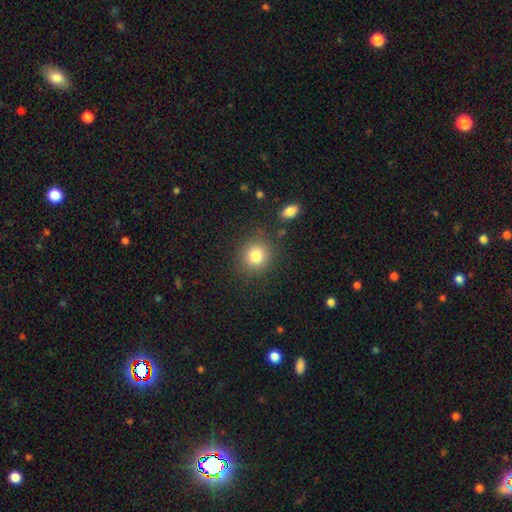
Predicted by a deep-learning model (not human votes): Q: Smooth or featured?
A: smooth (81%); runner-up: star or artifact (11%)
Q: How rounded?
A: round (86%); runner-up: in between (13%)
Q: Merging?
A: none (84%); runner-up: minor disturbance (9%)